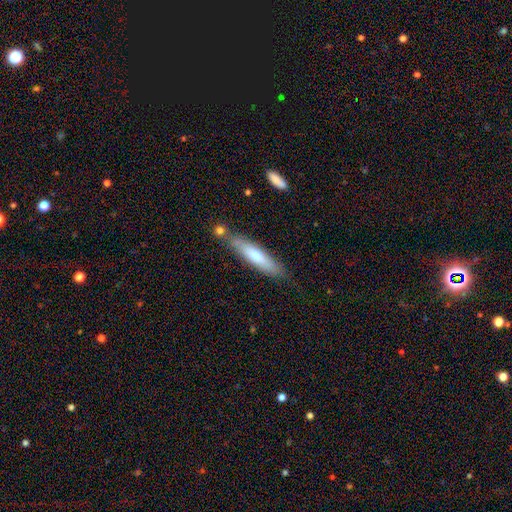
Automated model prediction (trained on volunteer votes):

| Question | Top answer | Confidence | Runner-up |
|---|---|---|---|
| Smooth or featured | smooth | 61% | featured or disk (33%) |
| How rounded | cigar-shaped | 81% | in between (17%) |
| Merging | none | 72% | minor disturbance (16%) |